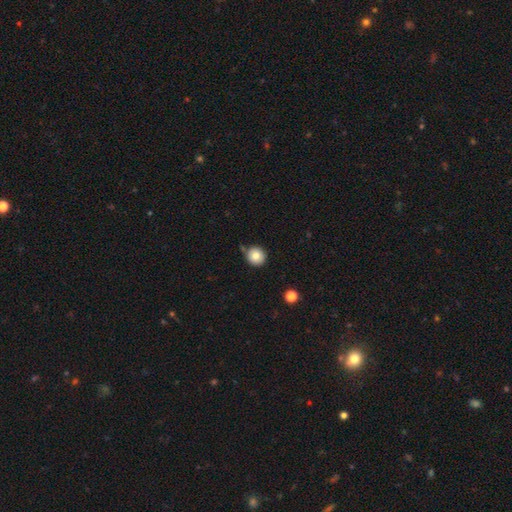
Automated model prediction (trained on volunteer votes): Smooth or featured?
  - smooth: 80% *
  - featured or disk: 10%
  - star or artifact: 10%
How rounded?
  - round: 92% *
  - in between: 7%
  - cigar-shaped: 1%
Merging?
  - none: 77% *
  - minor disturbance: 14%
  - merger: 6%
  - major disturbance: 3%